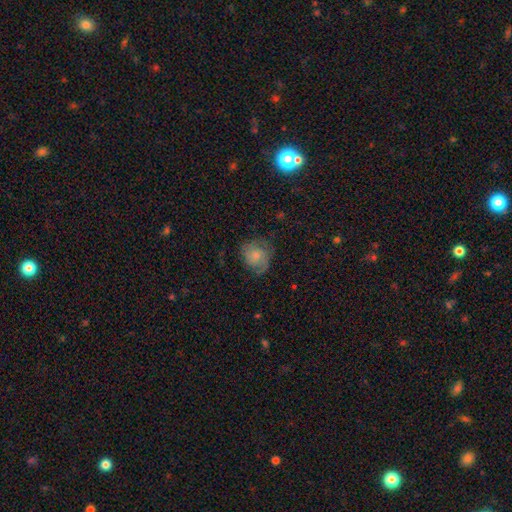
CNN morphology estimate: Smooth or featured: smooth — 51% (featured or disk — 40%)
How rounded: round — 68% (in between — 31%)
Merging: none — 55% (minor disturbance — 27%)